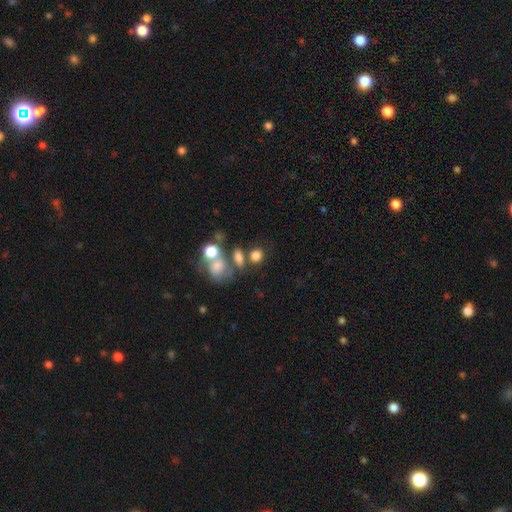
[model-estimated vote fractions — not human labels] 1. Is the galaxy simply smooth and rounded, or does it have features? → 78% smooth, 13% star or artifact, 9% featured or disk.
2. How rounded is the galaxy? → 56% round, 42% in between, 2% cigar-shaped.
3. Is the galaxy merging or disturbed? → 54% none, 26% merger, 12% minor disturbance, 8% major disturbance.